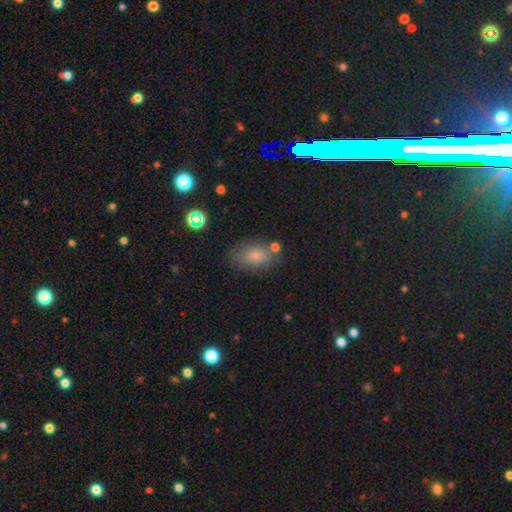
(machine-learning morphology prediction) A smooth galaxy with no disk features (79%) that is in between round and cigar-shaped (87%).

Vote fractions:
- Smooth or featured? smooth: 79% / star or artifact: 11% / featured or disk: 10%
- How rounded? in between: 87% / round: 11% / cigar-shaped: 2%
- Merging? none: 69% / minor disturbance: 17% / merger: 8% / major disturbance: 6%